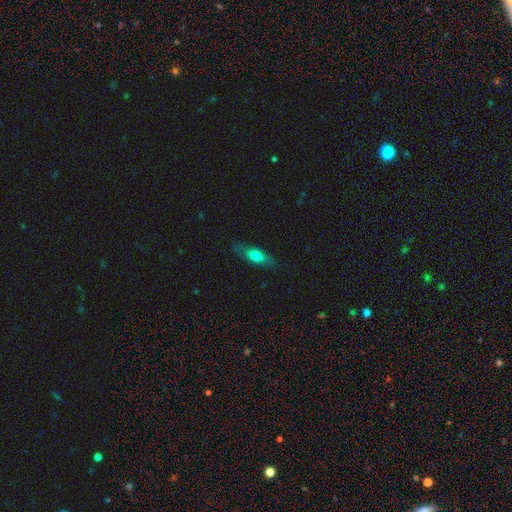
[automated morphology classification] Smooth or featured? Predicted: smooth (p=0.65). How rounded? Predicted: in between (p=0.61). Merging? Predicted: none (p=0.78).